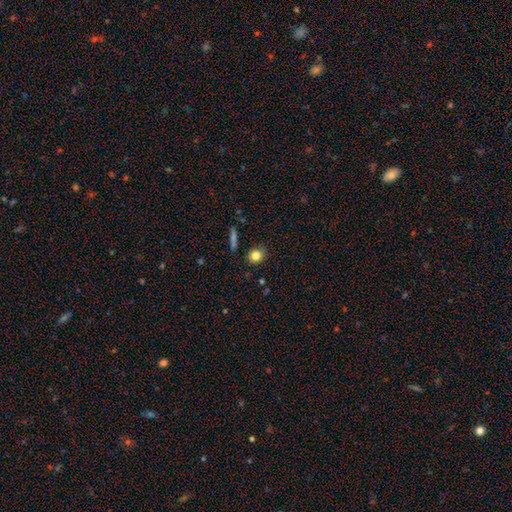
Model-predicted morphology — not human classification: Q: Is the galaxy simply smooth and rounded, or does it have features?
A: smooth — 81%.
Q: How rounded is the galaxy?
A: round — 74%.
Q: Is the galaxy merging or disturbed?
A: none — 86%.